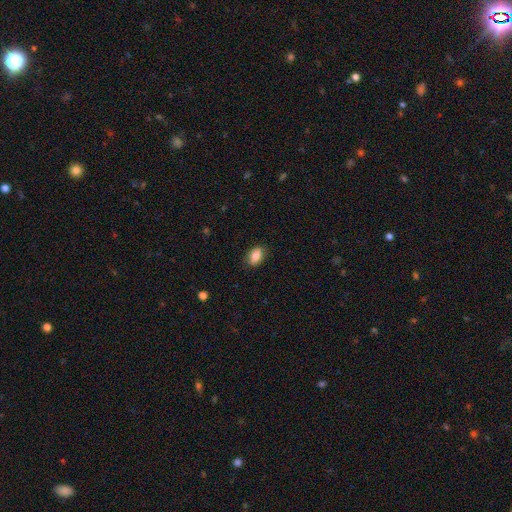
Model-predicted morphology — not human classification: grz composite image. It shows a smooth galaxy with no disk features (83%) that is in between round and cigar-shaped (88%). Merging: none (83%).